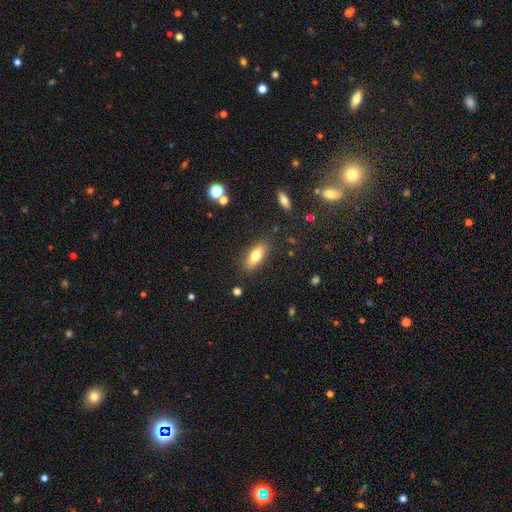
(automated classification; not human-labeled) The model was most divided on "how rounded": in between: 75%, cigar-shaped: 22%, round: 3%. More confident: merging — none (84%); smooth or featured — smooth (73%).